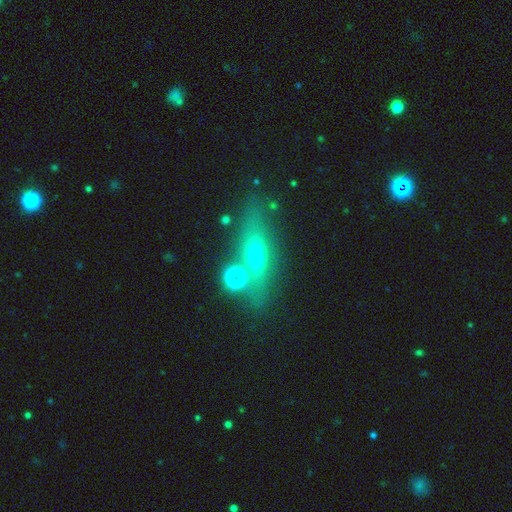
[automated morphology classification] type=smooth (50%); roundness=in between (47%); merging=none (66%).